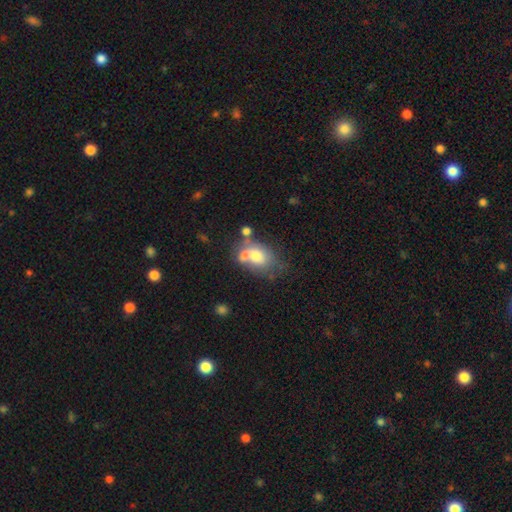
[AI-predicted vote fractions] A smooth galaxy with no disk features (65%) that is in between round and cigar-shaped (72%).

Vote fractions:
- Smooth or featured? smooth: 65% / featured or disk: 25% / star or artifact: 10%
- How rounded? in between: 72% / round: 27% / cigar-shaped: 1%
- Merging? merger: 45% / none: 28% / minor disturbance: 16% / major disturbance: 12%